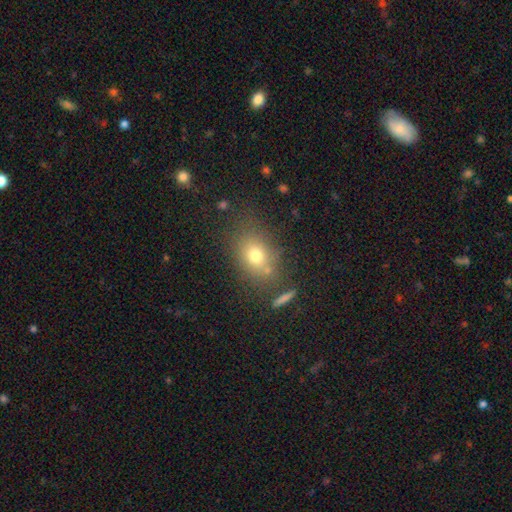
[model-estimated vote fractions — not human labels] Smooth or featured? Predicted: smooth (p=0.73). How rounded? Predicted: in between (p=0.58). Merging? Predicted: none (p=0.70).